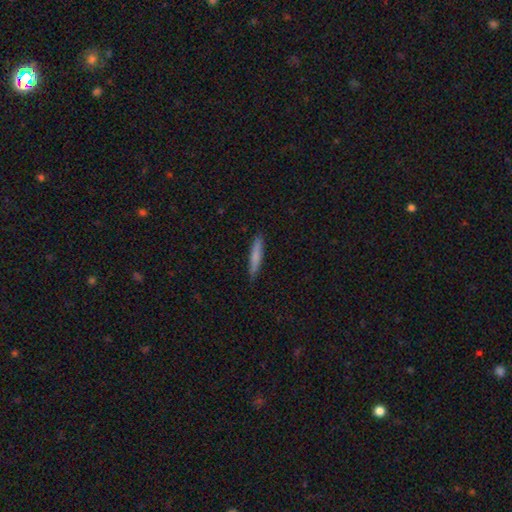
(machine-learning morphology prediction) This is likely a smooth galaxy (76%). How rounded: clearly cigar-shaped (91%). Merging: clearly none (86%).